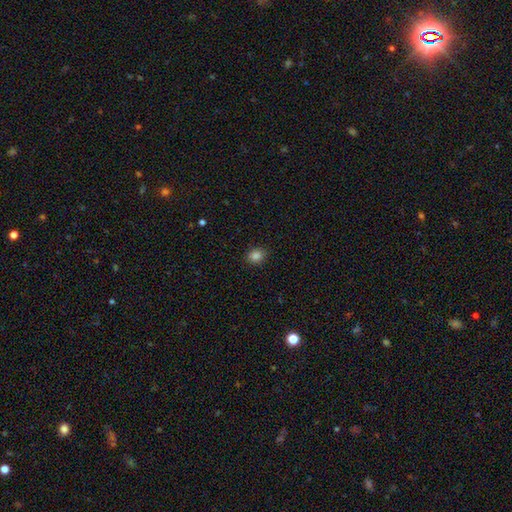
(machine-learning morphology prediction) Smooth or featured?
  - smooth: 84% *
  - star or artifact: 12%
  - featured or disk: 4%
How rounded?
  - round: 63% *
  - in between: 36%
  - cigar-shaped: 1%
Merging?
  - none: 89% *
  - minor disturbance: 8%
  - major disturbance: 2%
  - merger: 1%